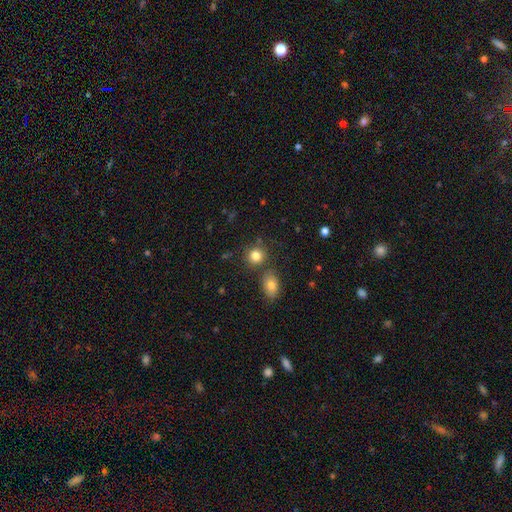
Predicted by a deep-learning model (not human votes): Smooth or featured? smooth (82%)
How rounded? round (79%)
Merging? none (74%)